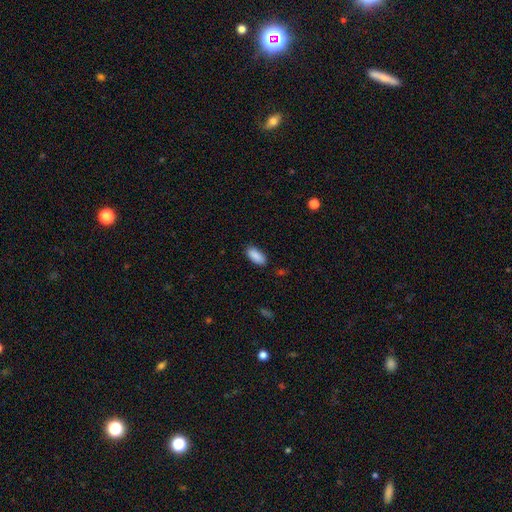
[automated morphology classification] A smooth galaxy with no disk features (90%) that is in between round and cigar-shaped (88%). Merging: none (86%).